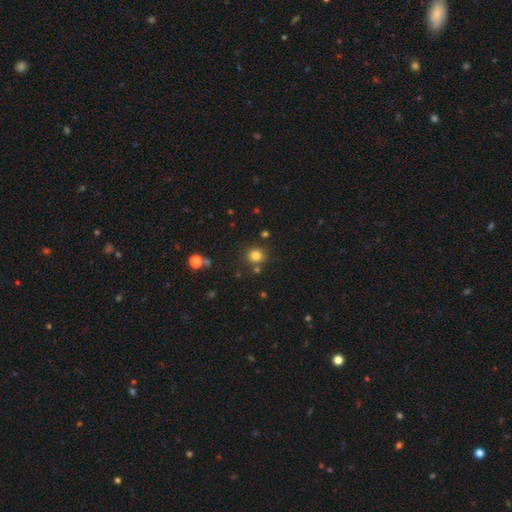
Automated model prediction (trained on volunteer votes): This is clearly a smooth galaxy (80%). How rounded: clearly round (90%). Merging: clearly none (83%).